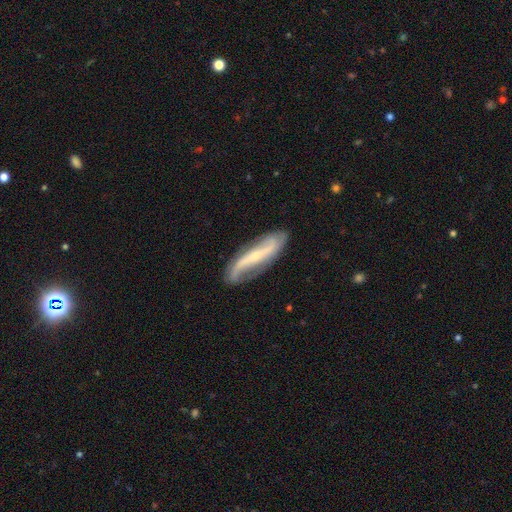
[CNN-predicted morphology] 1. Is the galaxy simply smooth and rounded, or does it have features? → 80% featured or disk, 14% smooth, 6% star or artifact.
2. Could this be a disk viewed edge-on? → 82% no, 18% yes.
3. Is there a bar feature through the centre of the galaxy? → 48% strong, 28% weak, 24% no.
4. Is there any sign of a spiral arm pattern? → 93% yes, 7% no.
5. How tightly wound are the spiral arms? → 62% loose, 25% medium, 13% tight.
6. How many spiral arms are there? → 90% 2, 5% can't tell, 3% 1, 1% 3, 1% 4, 1% more than 4.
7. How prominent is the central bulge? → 66% small, 22% moderate, 8% none, 2% large, 1% dominant.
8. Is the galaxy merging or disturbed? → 79% none, 15% minor disturbance, 4% major disturbance, 2% merger.